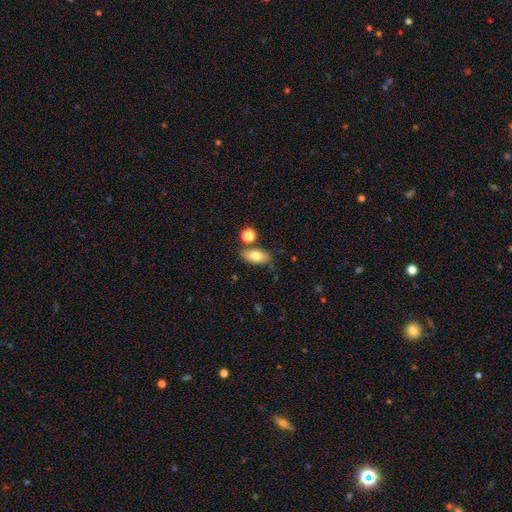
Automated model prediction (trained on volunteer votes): Morphology: type=smooth (76%); roundness=in between (86%); merging=none (74%).